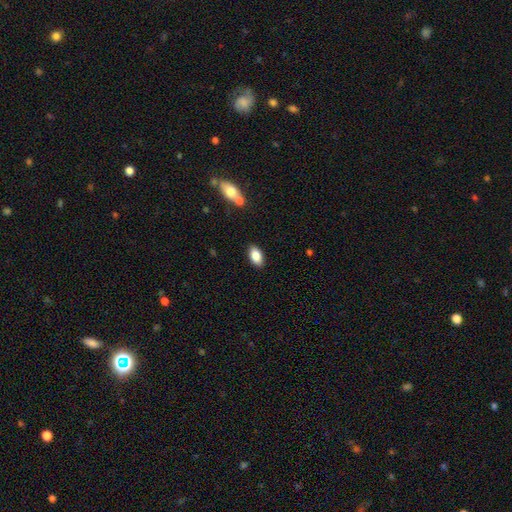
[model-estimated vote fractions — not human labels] Smooth or featured? smooth (84%)
How rounded? in between (92%)
Merging? none (86%)